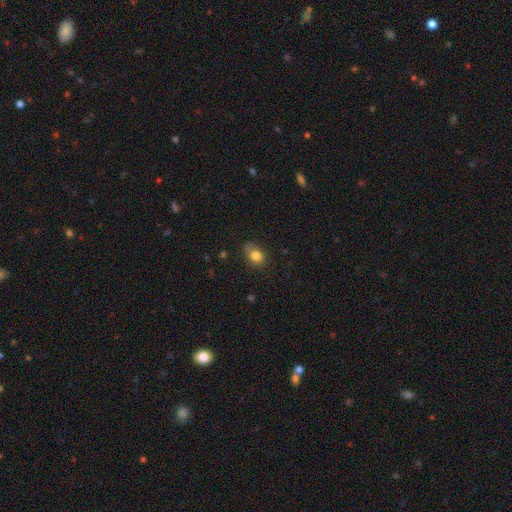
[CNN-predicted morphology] smooth 81%, star or artifact 11%, featured or disk 8%. Down the decision tree: how rounded — in between (57%); merging — none (65%).